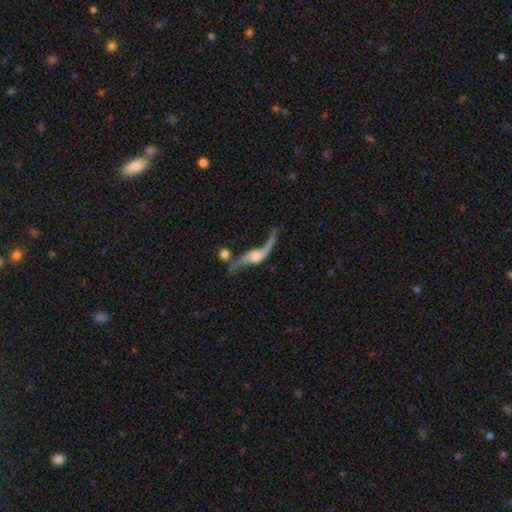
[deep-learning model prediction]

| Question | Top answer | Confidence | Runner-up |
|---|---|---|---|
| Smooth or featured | featured or disk | 84% | smooth (9%) |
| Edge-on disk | no | 78% | yes (22%) |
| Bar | no | 59% | weak (30%) |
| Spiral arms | yes | 92% | no (8%) |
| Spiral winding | loose | 94% | medium (4%) |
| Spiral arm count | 2 | 91% | 1 (4%) |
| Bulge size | moderate | 27% | none (25%) |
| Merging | none | 49% | merger (20%) |